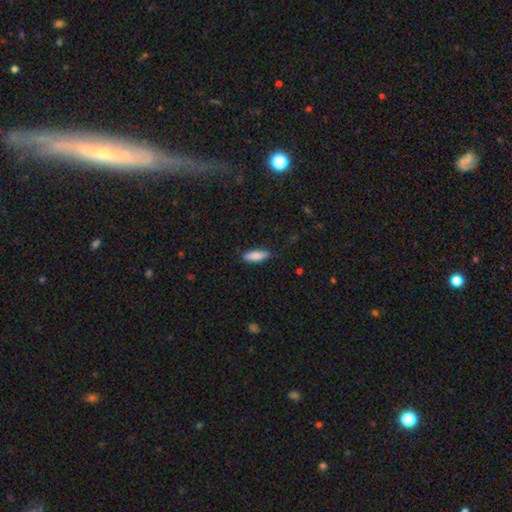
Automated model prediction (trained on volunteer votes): smooth 84%, featured or disk 9%, star or artifact 6%. Down the decision tree: how rounded — in between (66%); merging — none (83%).